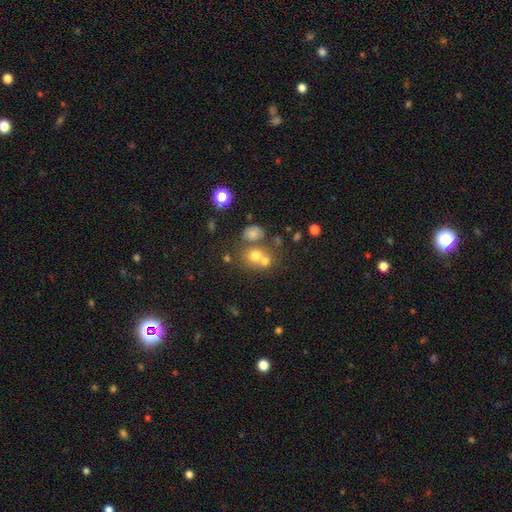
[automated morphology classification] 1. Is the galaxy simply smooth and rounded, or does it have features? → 67% smooth, 18% star or artifact, 15% featured or disk.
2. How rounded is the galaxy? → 75% round, 24% in between, 1% cigar-shaped.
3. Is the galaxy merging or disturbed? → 45% merger, 41% none, 9% minor disturbance, 5% major disturbance.